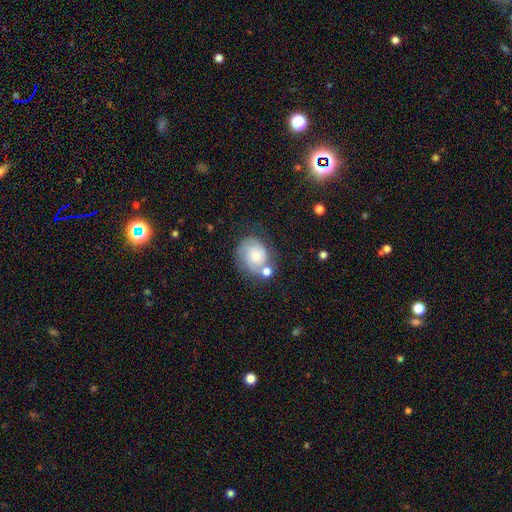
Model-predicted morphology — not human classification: Smooth or featured?
  - featured or disk: 48% *
  - smooth: 44%
  - star or artifact: 8%
Merging?
  - none: 47% *
  - merger: 21%
  - minor disturbance: 20%
  - major disturbance: 11%